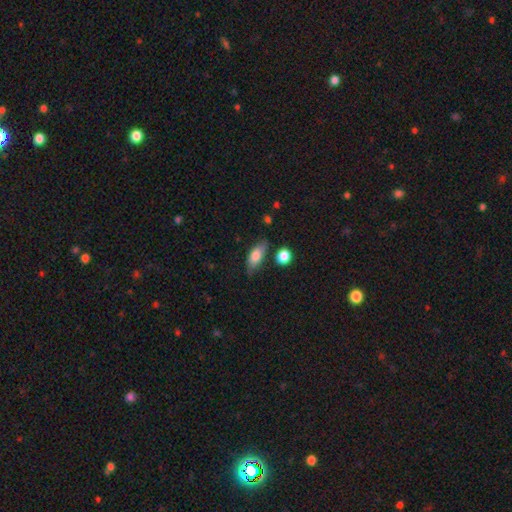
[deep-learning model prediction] Q: Smooth or featured?
A: smooth (74%); runner-up: featured or disk (19%)
Q: How rounded?
A: in between (80%); runner-up: cigar-shaped (16%)
Q: Merging?
A: none (67%); runner-up: minor disturbance (23%)